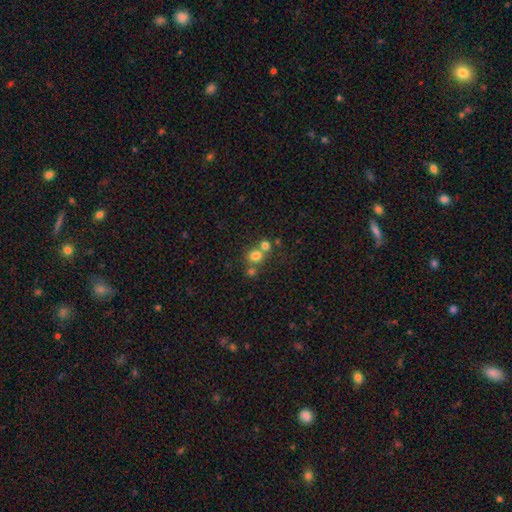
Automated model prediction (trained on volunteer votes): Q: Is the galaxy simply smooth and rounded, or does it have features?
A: smooth — 75%.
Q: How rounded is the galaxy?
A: round — 82%.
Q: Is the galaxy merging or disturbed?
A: none — 51%.